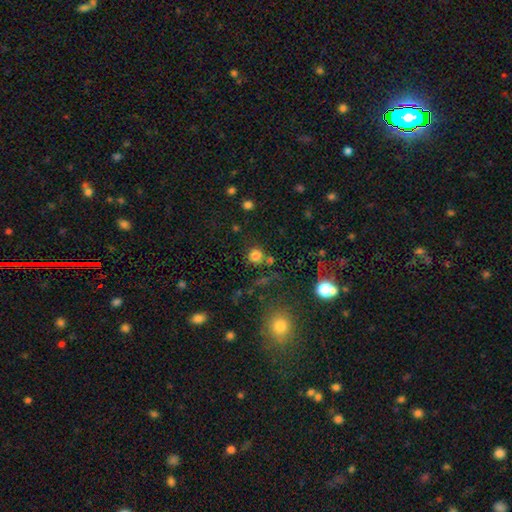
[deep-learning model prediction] smooth-or-featured: smooth: 79% | star or artifact: 15% | featured or disk: 6%
  how-rounded: round: 93% | in between: 6% | cigar-shaped: 1%
  merging: none: 77% | merger: 10% | minor disturbance: 9% | major disturbance: 4%